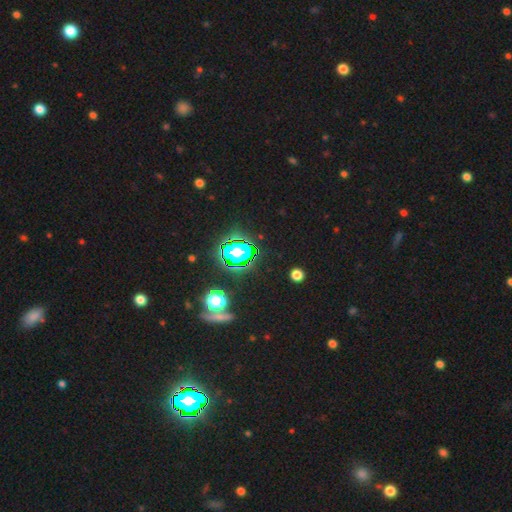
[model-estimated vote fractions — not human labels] Smooth or featured?
  - star or artifact: 83% *
  - smooth: 10%
  - featured or disk: 7%